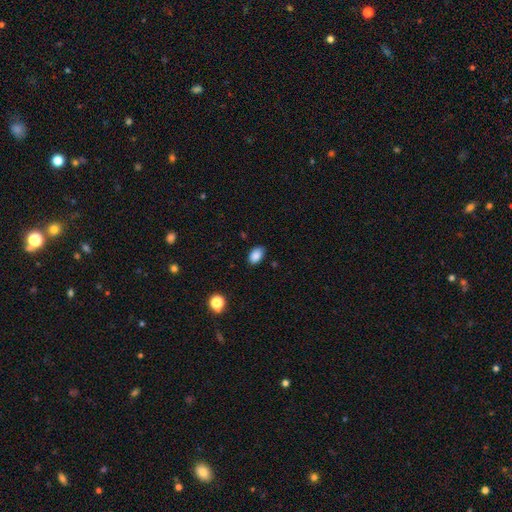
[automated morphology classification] This appears to be a smooth galaxy with no disk features (87%) that is in between round and cigar-shaped (87%). Merging: none (83%).